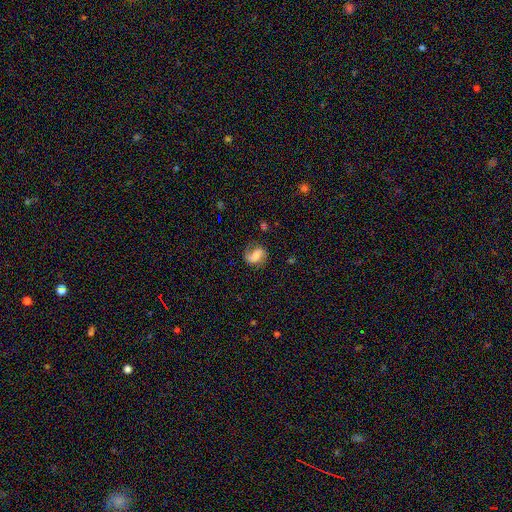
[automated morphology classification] Smooth or featured?
  - featured or disk: 58% *
  - smooth: 33%
  - star or artifact: 9%
Edge-on disk?
  - no: 97% *
  - yes: 3%
Bar?
  - weak: 40% *
  - strong: 30%
  - no: 30%
Spiral arms?
  - yes: 88% *
  - no: 12%
Bulge size?
  - moderate: 33% *
  - small: 30%
  - none: 20%
  - large: 14%
  - dominant: 3%
Merging?
  - none: 67% *
  - minor disturbance: 20%
  - major disturbance: 11%
  - merger: 2%